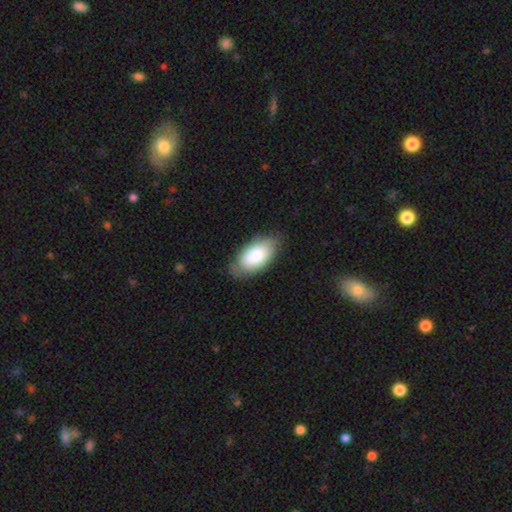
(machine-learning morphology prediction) smooth_or_featured: smooth (p=0.82) [alt: featured or disk p=0.12]
how_rounded: in between (p=0.95) [alt: round p=0.03]
merging: none (p=0.78) [alt: minor disturbance p=0.18]